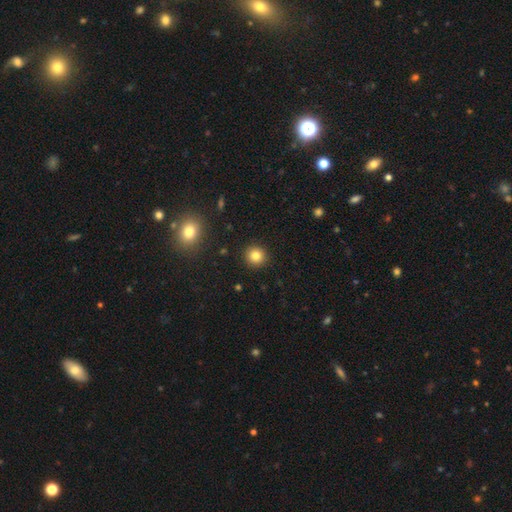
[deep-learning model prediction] Morphology: type=smooth (82%); roundness=round (92%); merging=none (92%).